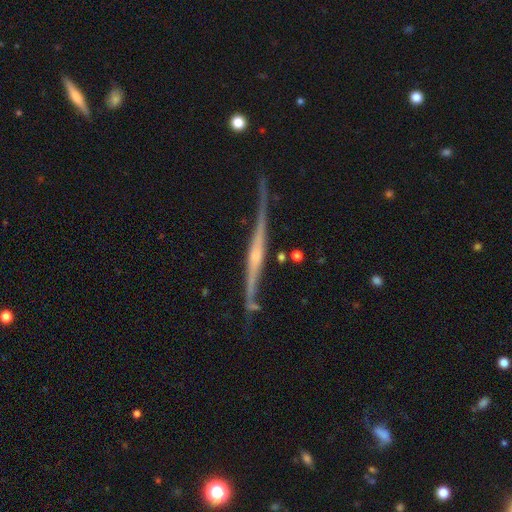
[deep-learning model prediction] A featured or disk galaxy (83%) viewed edge-on (95%) with a rounded central bulge (51%). Merging: none (62%).